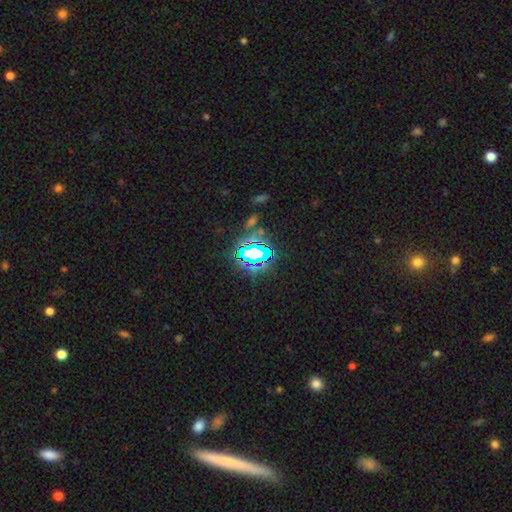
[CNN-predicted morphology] A star or artifact, not a galaxy (69%).

Vote fractions:
- Smooth or featured? star or artifact: 69% / smooth: 18% / featured or disk: 12%